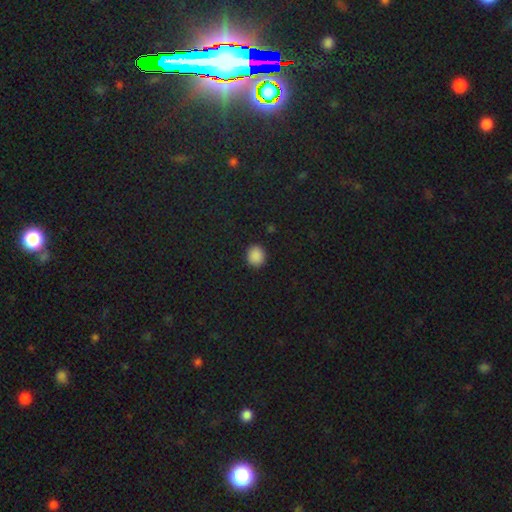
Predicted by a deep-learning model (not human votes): Overall: smooth (88%). How rounded: round (81%). Merging: none (91%).